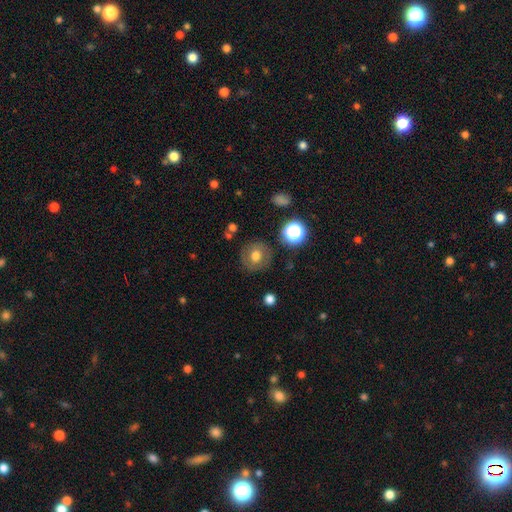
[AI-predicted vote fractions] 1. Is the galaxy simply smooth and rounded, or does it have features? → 63% smooth, 25% featured or disk, 12% star or artifact.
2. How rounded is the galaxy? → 89% round, 10% in between, 1% cigar-shaped.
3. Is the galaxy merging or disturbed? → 82% none, 11% minor disturbance, 5% major disturbance, 2% merger.